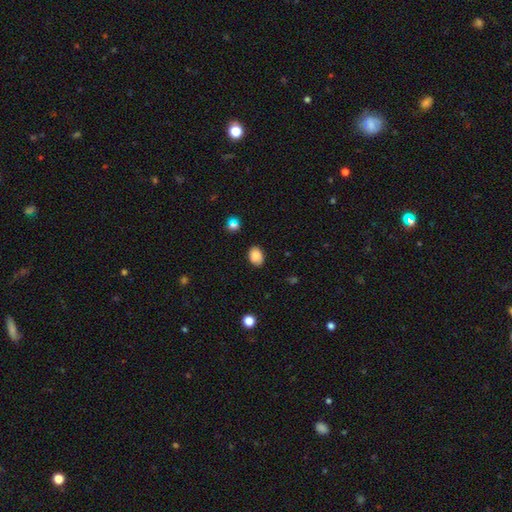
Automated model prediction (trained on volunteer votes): Smooth or featured: smooth — 86% (star or artifact — 9%)
How rounded: in between — 72% (round — 27%)
Merging: none — 81% (minor disturbance — 14%)